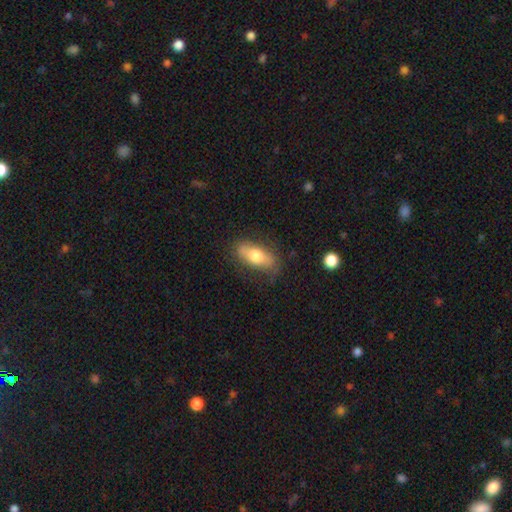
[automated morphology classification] Smooth or featured?
  - smooth: 67% *
  - featured or disk: 27%
  - star or artifact: 7%
How rounded?
  - in between: 79% *
  - cigar-shaped: 17%
  - round: 4%
Merging?
  - none: 77% *
  - minor disturbance: 17%
  - major disturbance: 5%
  - merger: 2%